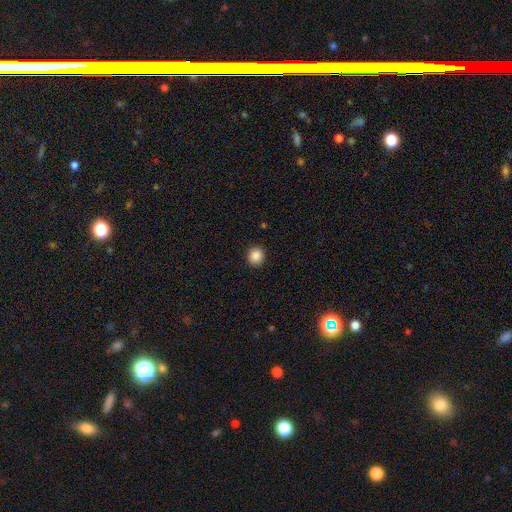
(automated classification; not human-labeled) Overall: smooth (88%). How rounded: round (90%). Merging: none (92%).